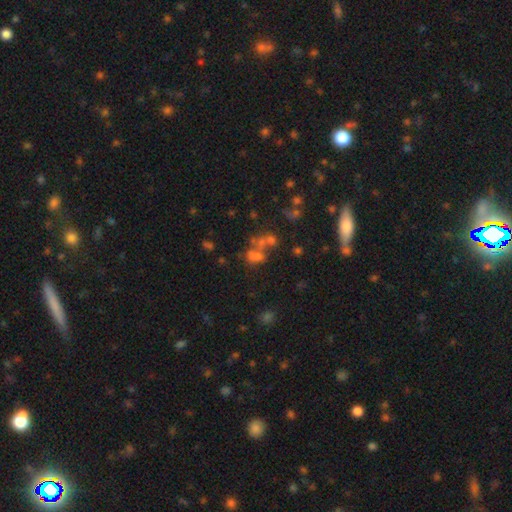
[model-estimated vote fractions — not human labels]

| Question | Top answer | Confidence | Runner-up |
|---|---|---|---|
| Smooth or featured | smooth | 47% | star or artifact (31%) |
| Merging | merger | 43% | none (33%) |